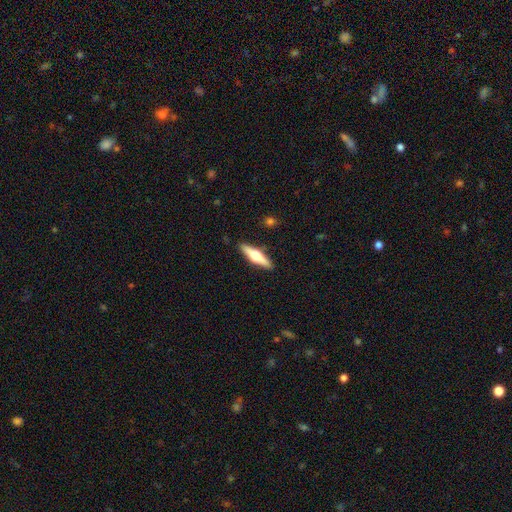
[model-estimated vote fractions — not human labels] Smooth or featured? Predicted: featured or disk (p=0.58). Edge-on disk? Predicted: yes (p=0.95). Edge-on bulge? Predicted: rounded (p=0.95). Merging? Predicted: none (p=0.90).